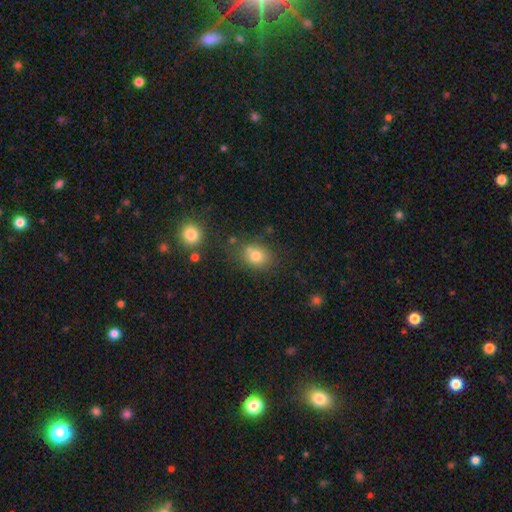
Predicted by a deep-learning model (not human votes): This appears to be a smooth galaxy with no disk features (78%) that is round (55%). Merging: none (67%).